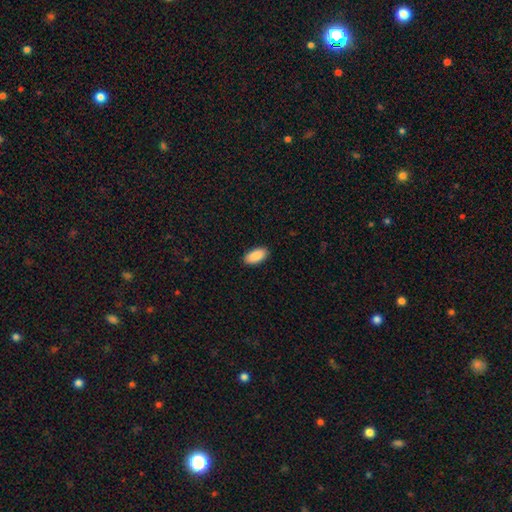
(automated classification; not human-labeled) A smooth galaxy with no disk features (90%) that is in between round and cigar-shaped (93%).

Vote fractions:
- Smooth or featured? smooth: 90% / star or artifact: 6% / featured or disk: 4%
- How rounded? in between: 93% / cigar-shaped: 5% / round: 2%
- Merging? none: 90% / minor disturbance: 8% / major disturbance: 2% / merger: 1%